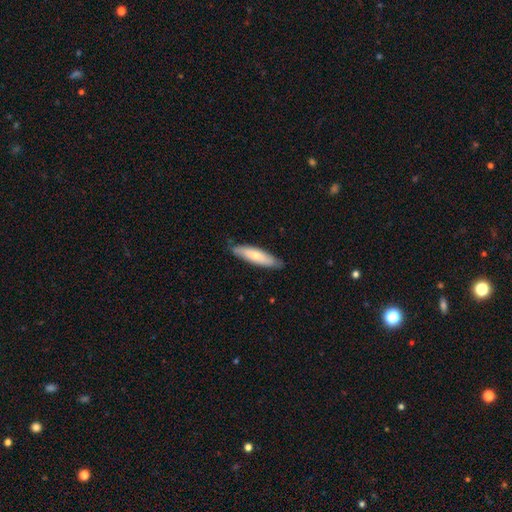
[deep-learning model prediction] Morphology: type=smooth (66%); roundness=cigar-shaped (65%); merging=none (82%).